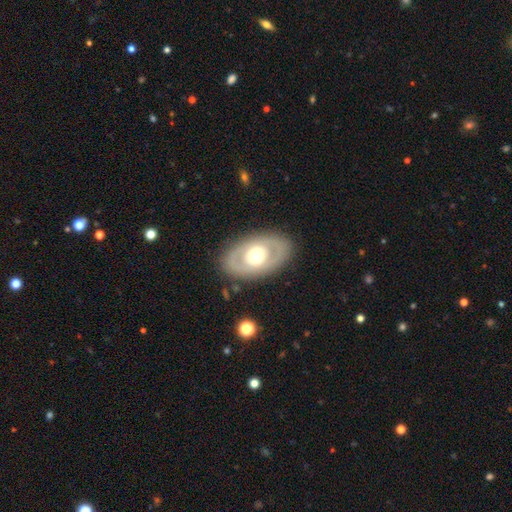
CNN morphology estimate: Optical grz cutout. It shows a featured or disk galaxy (58%) with no bar (82%), no spiral arms (81%) and a moderate central bulge (60%). Merging: none (84%).